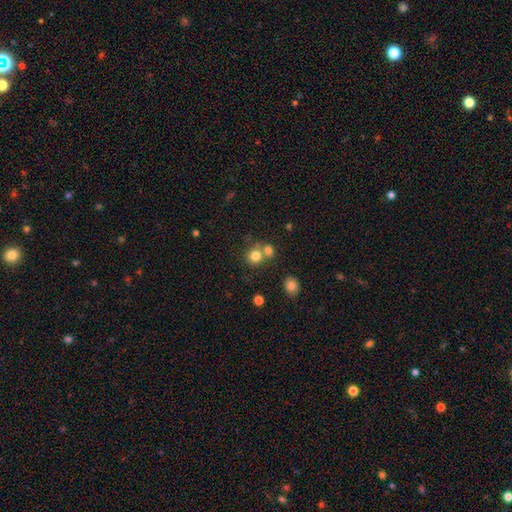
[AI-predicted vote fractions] The model was most divided on "merging": none: 55%, merger: 34%, minor disturbance: 8%, major disturbance: 3%. More confident: how rounded — round (86%); smooth or featured — smooth (79%).